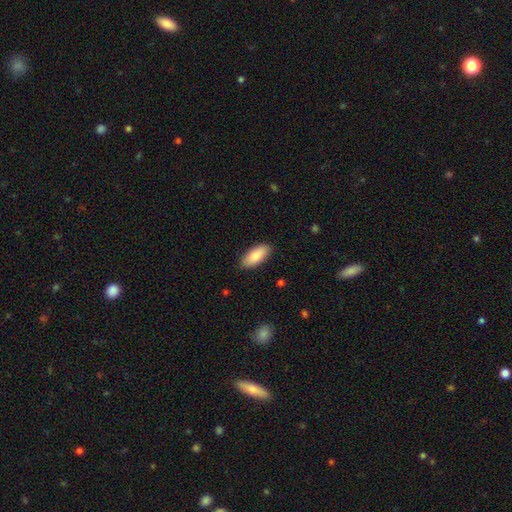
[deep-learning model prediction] A smooth galaxy with no disk features (86%) that is in between round and cigar-shaped (85%).

Vote fractions:
- Smooth or featured? smooth: 86% / featured or disk: 9% / star or artifact: 6%
- How rounded? in between: 85% / cigar-shaped: 14% / round: 2%
- Merging? none: 87% / minor disturbance: 9% / major disturbance: 2% / merger: 1%